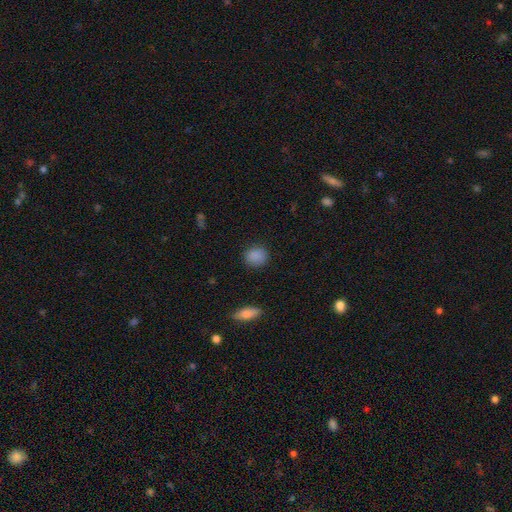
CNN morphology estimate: This is clearly a smooth galaxy (87%). How rounded: likely round (78%). Merging: clearly none (86%).